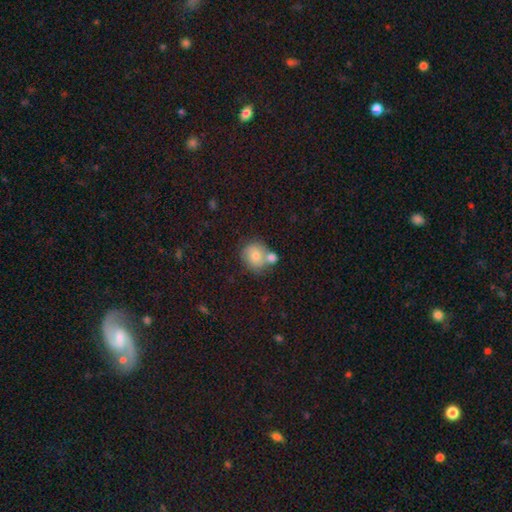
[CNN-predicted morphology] This appears to be a smooth galaxy with no disk features (78%) that is round (78%). Merging: none (45%).